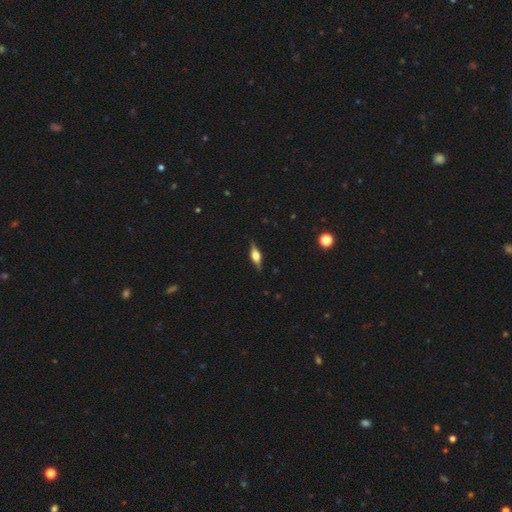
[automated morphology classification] This is likely a featured or disk galaxy (66%). It is clearly viewed edge-on (96%). Edge-on bulge: clearly rounded (88%). Merging: clearly none (86%).